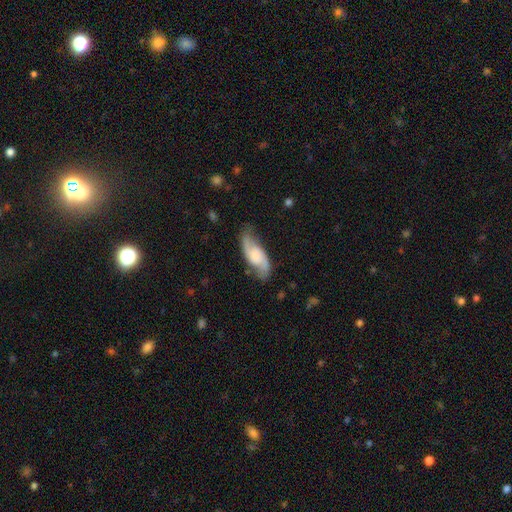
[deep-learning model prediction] Morphology: type=featured or disk (73%); edge-on=no (92%); bar=no (56%); spiral arms=yes (94%); winding=loose (44%); arm count=2 (91%); bulge=moderate (27%); merging=none (73%).